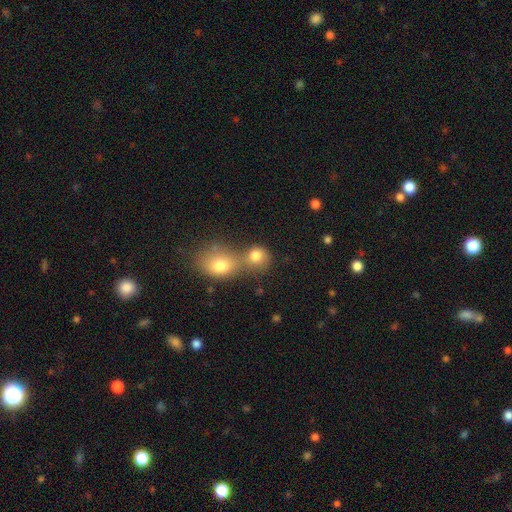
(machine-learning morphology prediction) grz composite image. It shows a smooth galaxy with no disk features (80%) that is round (77%). Merging: merger (52%).